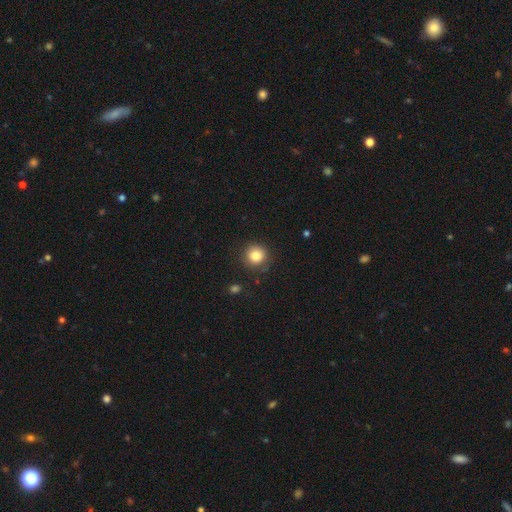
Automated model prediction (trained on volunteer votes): Smooth or featured? Predicted: smooth (p=0.83). How rounded? Predicted: round (p=0.93). Merging? Predicted: none (p=0.84).